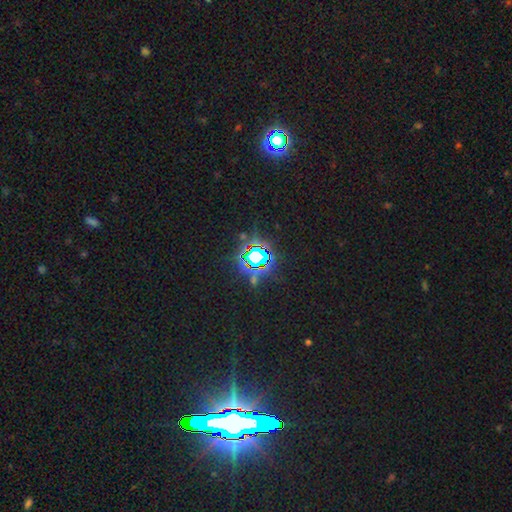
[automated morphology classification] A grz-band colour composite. It shows a star or artifact, not a galaxy (77%).